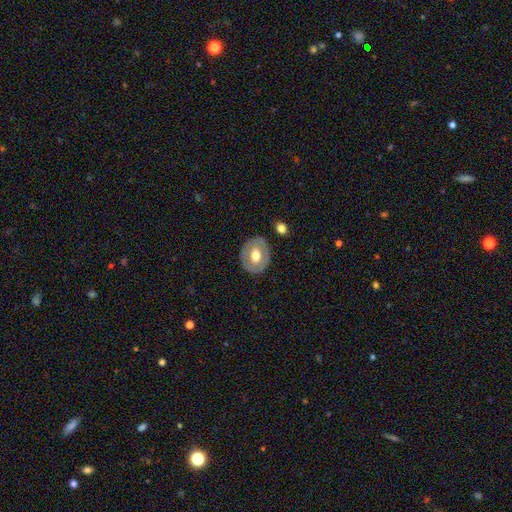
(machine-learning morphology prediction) Smooth or featured: featured or disk — 47% (tied with smooth — 47%)
Merging: none — 83% (minor disturbance — 11%)